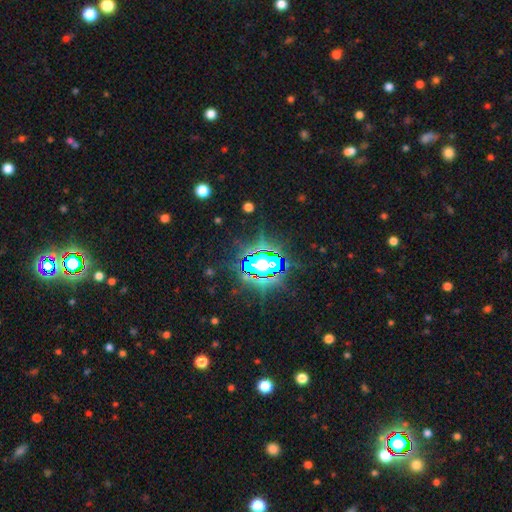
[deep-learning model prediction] Smooth or featured?
  - star or artifact: 84% *
  - smooth: 9%
  - featured or disk: 7%